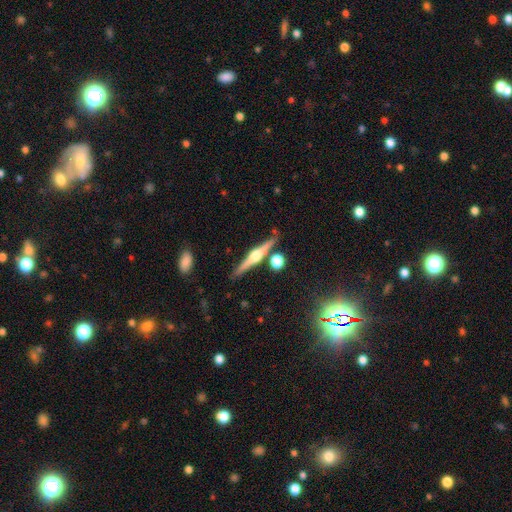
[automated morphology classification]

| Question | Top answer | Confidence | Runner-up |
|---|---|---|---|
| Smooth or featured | featured or disk | 78% | smooth (16%) |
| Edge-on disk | yes | 98% | no (2%) |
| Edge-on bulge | rounded | 94% | boxy (4%) |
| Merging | none | 83% | minor disturbance (8%) |